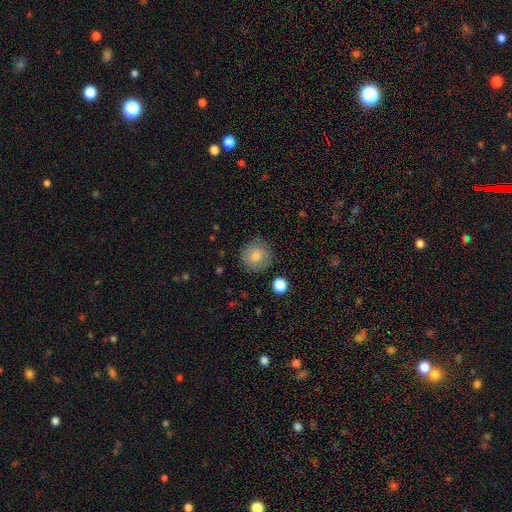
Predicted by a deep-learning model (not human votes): Morphology: type=smooth (78%); roundness=round (93%); merging=none (88%).